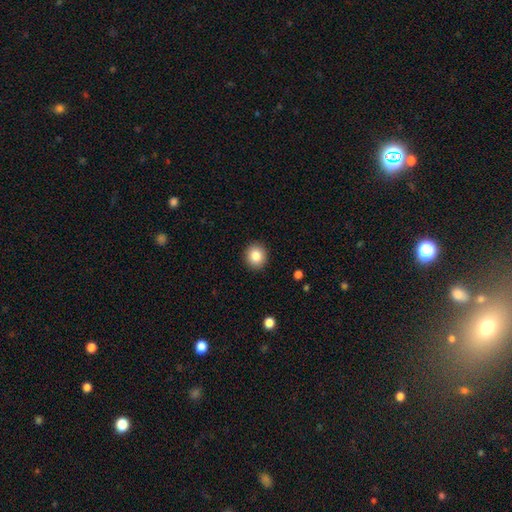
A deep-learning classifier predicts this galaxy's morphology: A smooth galaxy with no disk features (84%) that is round (87%). Merging: none (92%).